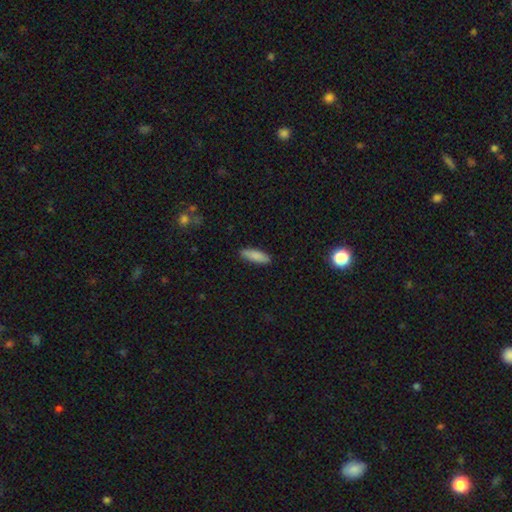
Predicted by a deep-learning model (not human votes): smooth_or_featured: smooth (p=0.86) [alt: featured or disk p=0.08]
how_rounded: in between (p=0.52) [alt: cigar-shaped p=0.46]
merging: none (p=0.88) [alt: minor disturbance p=0.09]